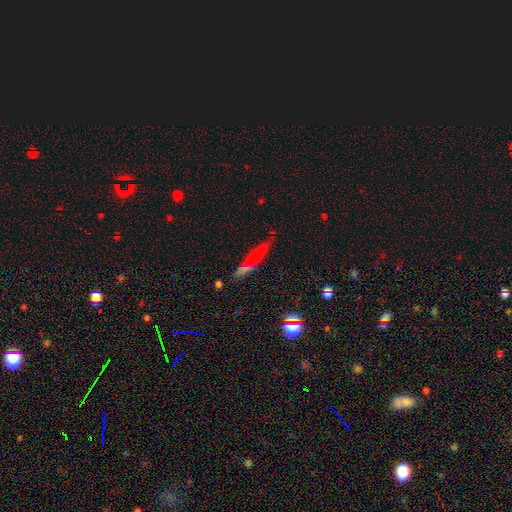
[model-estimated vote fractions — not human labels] Overall: smooth (55%; featured or disk 27%). How rounded: cigar-shaped (88%). Merging: none (67%).